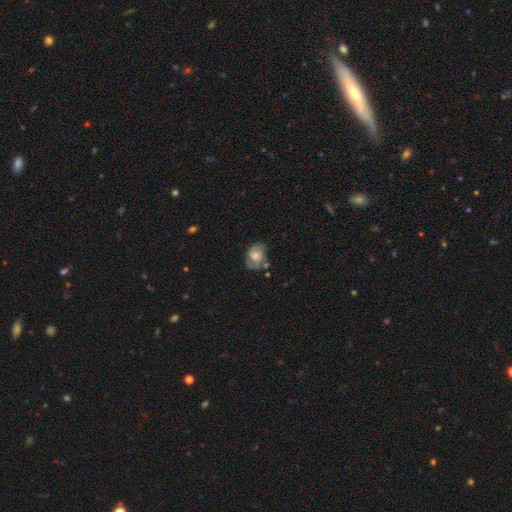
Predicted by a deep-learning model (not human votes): This is possibly a smooth galaxy (46%, tied with featured or disk). Merging: possibly none (52%).